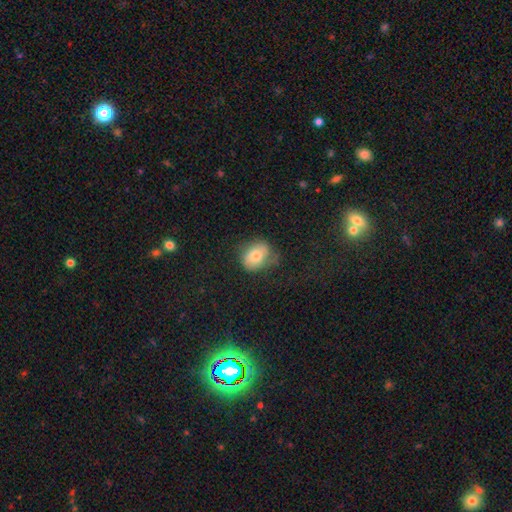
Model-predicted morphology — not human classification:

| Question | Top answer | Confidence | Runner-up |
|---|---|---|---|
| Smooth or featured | smooth | 67% | featured or disk (24%) |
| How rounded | in between | 66% | round (33%) |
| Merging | none | 52% | minor disturbance (30%) |